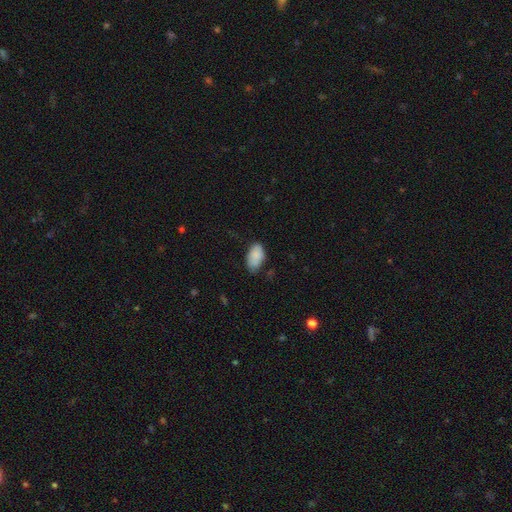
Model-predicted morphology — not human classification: The model was most divided on "merging": none: 64%, minor disturbance: 29%, major disturbance: 5%, merger: 2%. More confident: how rounded — in between (94%); smooth or featured — smooth (86%).